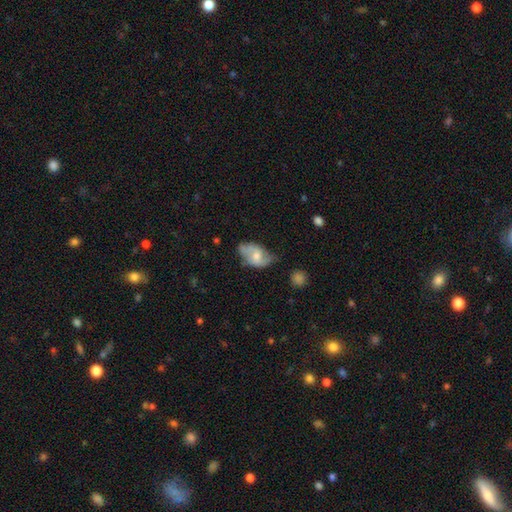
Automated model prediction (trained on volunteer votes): Smooth or featured: featured or disk — 47% (smooth — 46%)
Merging: none — 45% (minor disturbance — 37%)